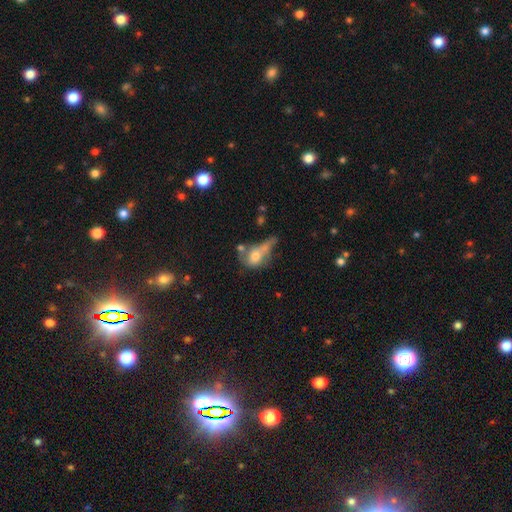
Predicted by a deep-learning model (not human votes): A smooth galaxy with no disk features (55%) that is in between round and cigar-shaped (58%).

Vote fractions:
- Smooth or featured? smooth: 55% / featured or disk: 32% / star or artifact: 13%
- How rounded? in between: 58% / round: 36% / cigar-shaped: 7%
- Merging? merger: 31% / major disturbance: 28% / none: 22% / minor disturbance: 19%